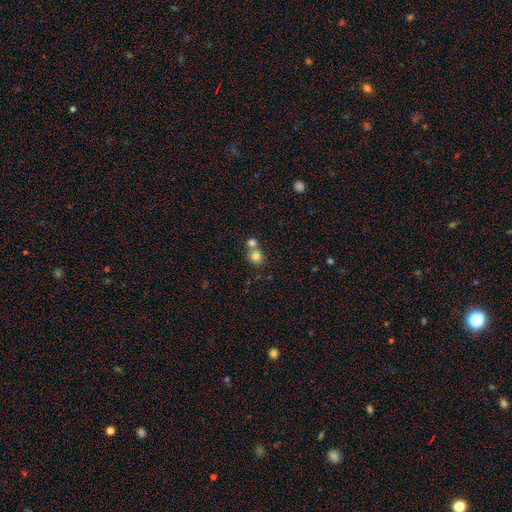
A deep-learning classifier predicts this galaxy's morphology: The model was most divided on "merging": merger: 51%, none: 40%, minor disturbance: 6%, major disturbance: 3%. More confident: how rounded — round (81%); smooth or featured — smooth (78%).